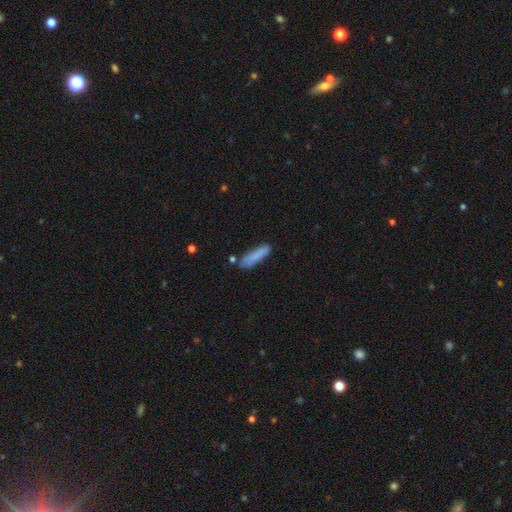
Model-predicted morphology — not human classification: type=smooth (83%); roundness=cigar-shaped (76%); merging=none (71%).